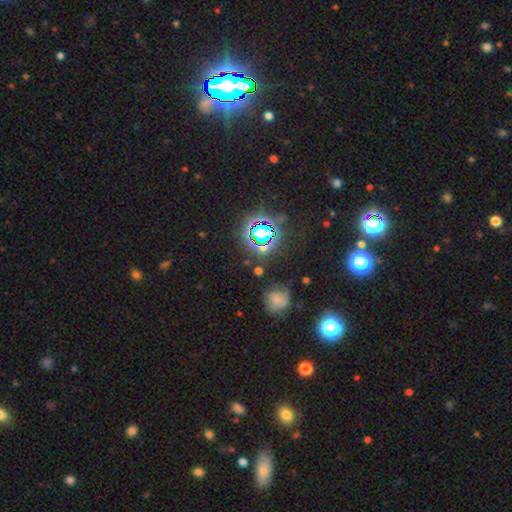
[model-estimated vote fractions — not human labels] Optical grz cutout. It shows a star or artifact, not a galaxy (75%).